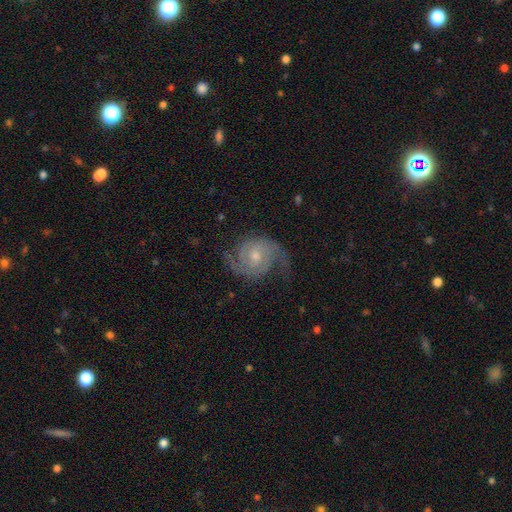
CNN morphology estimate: featured or disk 88%, smooth 7%, star or artifact 5%. Down the decision tree: edge-on disk — no (98%); bar — no (61%); spiral arms — yes (98%); spiral arm count — 2 (85%); spiral winding — medium (47%); bulge size — moderate (52%); merging — none (71%).